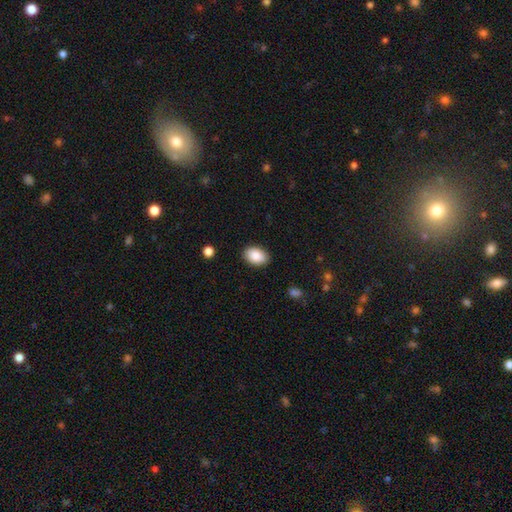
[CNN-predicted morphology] The model was most divided on "how rounded": in between: 86%, round: 13%, cigar-shaped: 1%. More confident: smooth or featured — smooth (89%); merging — none (88%).